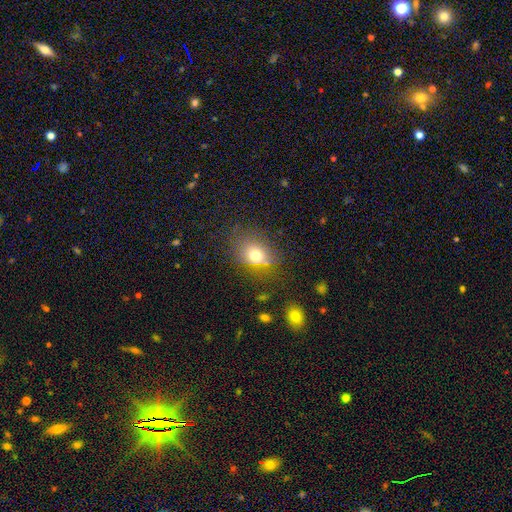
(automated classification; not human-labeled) smooth_or_featured: smooth (p=0.72) [alt: star or artifact p=0.15]
how_rounded: in between (p=0.52) [alt: round p=0.47]
merging: none (p=0.65) [alt: minor disturbance p=0.20]